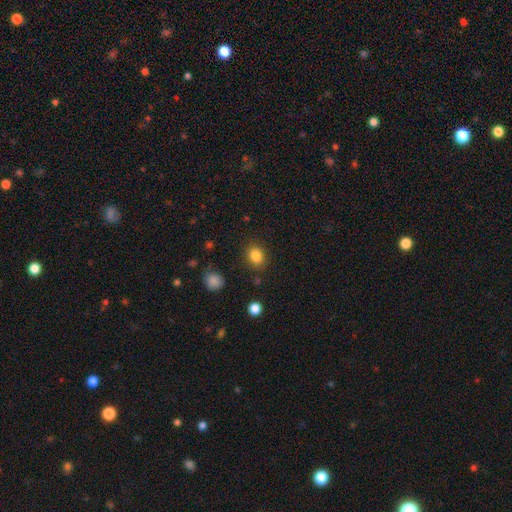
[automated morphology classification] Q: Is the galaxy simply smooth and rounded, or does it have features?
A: smooth — 84%.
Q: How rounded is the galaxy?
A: round — 53%.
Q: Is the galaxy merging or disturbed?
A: none — 84%.